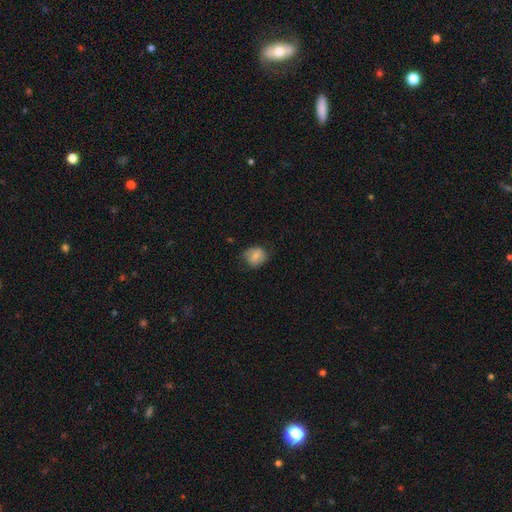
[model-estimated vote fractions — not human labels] Smooth or featured: smooth — 79% (featured or disk — 13%)
How rounded: round — 68% (in between — 31%)
Merging: none — 66% (minor disturbance — 26%)